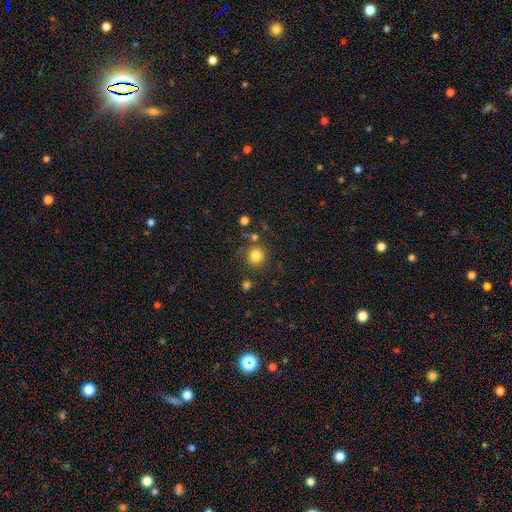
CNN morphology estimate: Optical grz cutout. It shows a smooth galaxy with no disk features (82%) that is round (92%). Merging: none (80%).